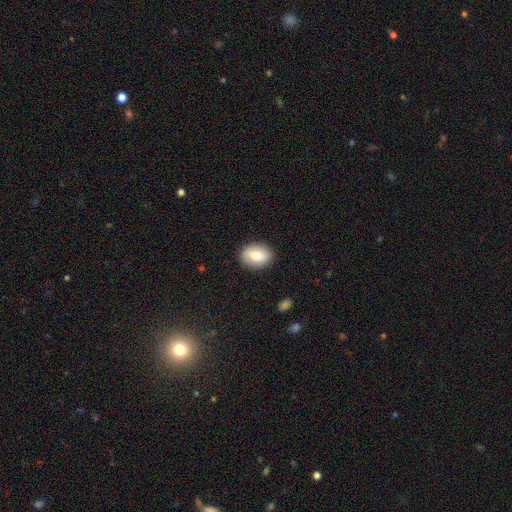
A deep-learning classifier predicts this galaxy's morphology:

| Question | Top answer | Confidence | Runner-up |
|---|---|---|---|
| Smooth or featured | smooth | 77% | featured or disk (16%) |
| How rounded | in between | 66% | round (33%) |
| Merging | none | 86% | minor disturbance (10%) |